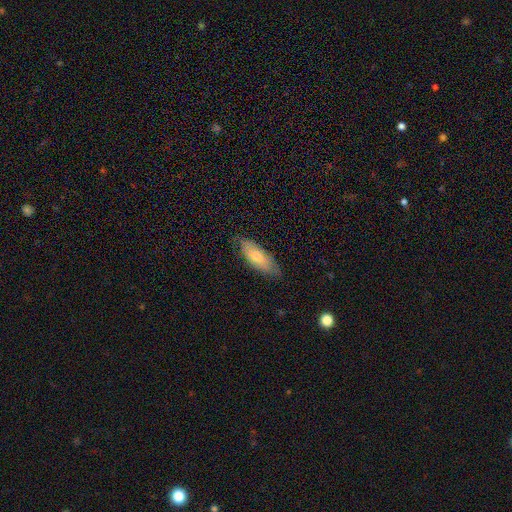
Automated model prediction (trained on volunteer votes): smooth 54%, featured or disk 38%, star or artifact 8%. Down the decision tree: how rounded — in between (66%); merging — none (79%).